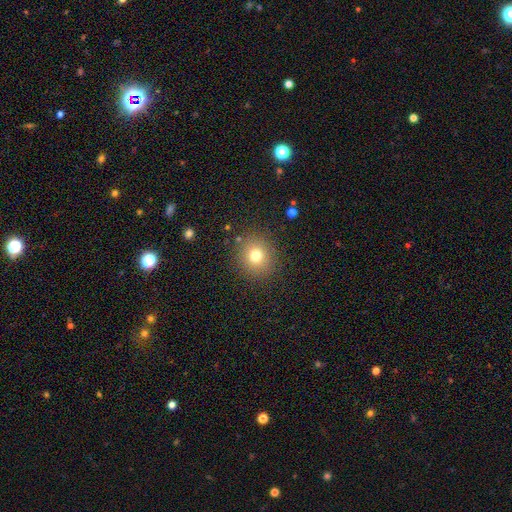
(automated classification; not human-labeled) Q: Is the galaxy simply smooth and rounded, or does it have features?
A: smooth — 75%.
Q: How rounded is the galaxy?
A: round — 86%.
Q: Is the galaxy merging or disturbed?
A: none — 88%.